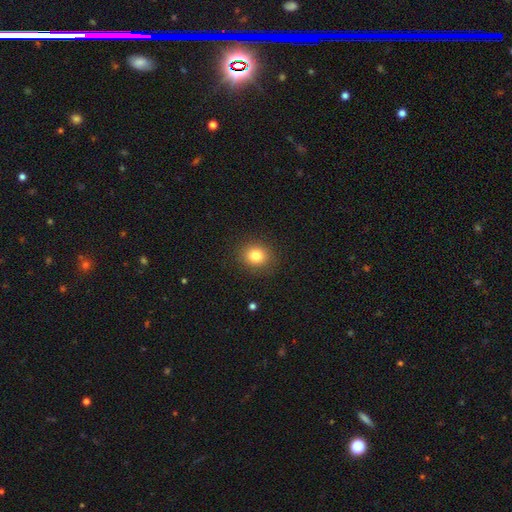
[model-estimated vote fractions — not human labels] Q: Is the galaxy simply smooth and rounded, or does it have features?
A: smooth — 82%.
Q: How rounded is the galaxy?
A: round — 79%.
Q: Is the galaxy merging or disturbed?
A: none — 89%.